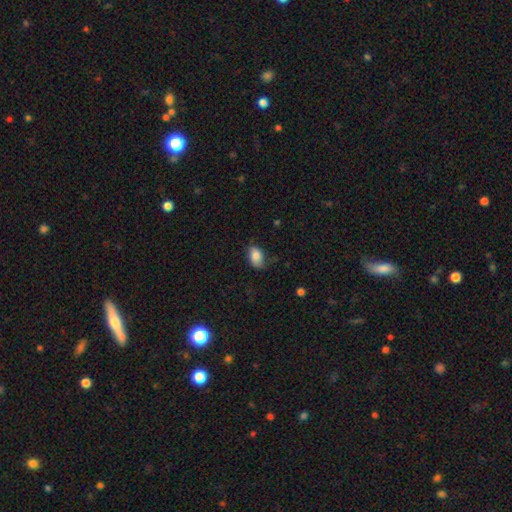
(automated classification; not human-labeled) This appears to be a smooth galaxy with no disk features (80%) that is in between round and cigar-shaped (89%). Merging: none (61%).